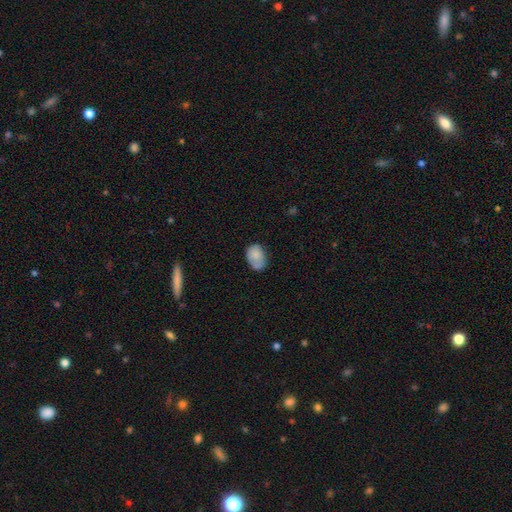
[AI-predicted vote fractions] Smooth or featured? Predicted: smooth (p=0.76). How rounded? Predicted: in between (p=0.77). Merging? Predicted: none (p=0.60).